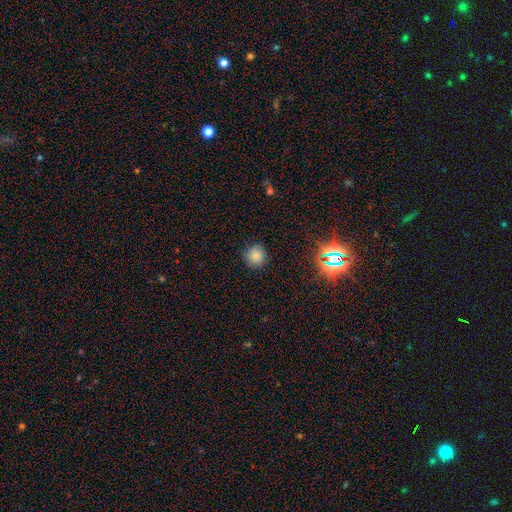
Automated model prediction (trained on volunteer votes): Smooth or featured? Predicted: smooth (p=0.78). How rounded? Predicted: round (p=0.92). Merging? Predicted: none (p=0.85).